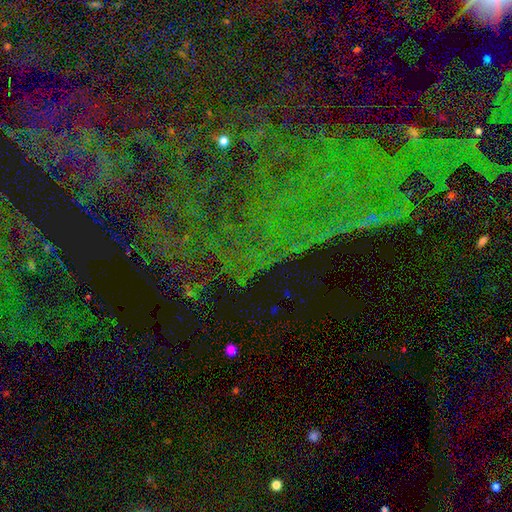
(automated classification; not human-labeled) Q: Smooth or featured?
A: star or artifact (77%); runner-up: featured or disk (12%)